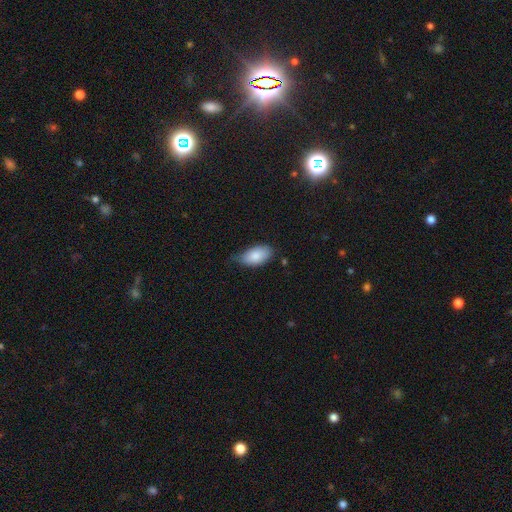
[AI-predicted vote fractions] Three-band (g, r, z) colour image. It shows a smooth galaxy with no disk features (83%) that is in between round and cigar-shaped (94%). Merging: none (49%).